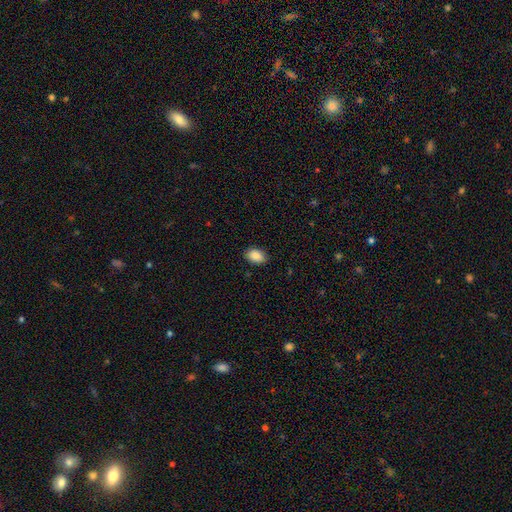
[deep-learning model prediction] Smooth or featured?
  - smooth: 88% *
  - star or artifact: 8%
  - featured or disk: 4%
How rounded?
  - in between: 85% *
  - round: 14%
  - cigar-shaped: 1%
Merging?
  - none: 89% *
  - minor disturbance: 8%
  - major disturbance: 2%
  - merger: 1%